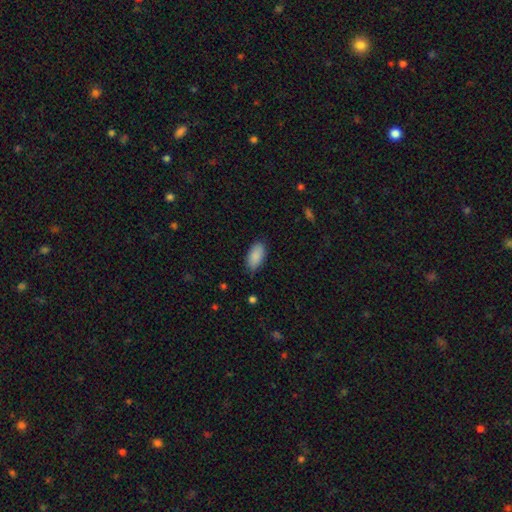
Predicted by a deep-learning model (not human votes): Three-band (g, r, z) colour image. It shows a smooth galaxy with no disk features (89%) that is in between round and cigar-shaped (92%). Merging: none (84%).